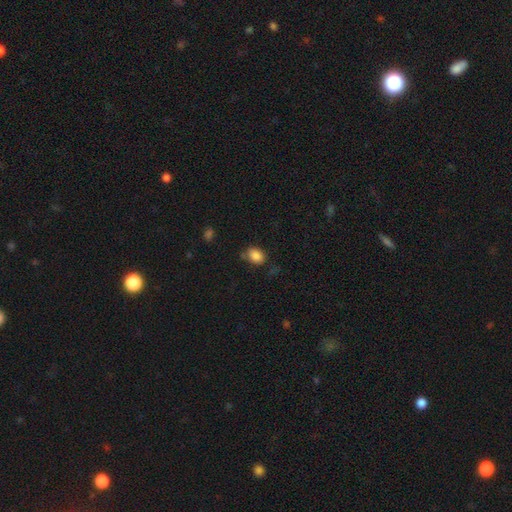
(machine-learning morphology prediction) Q: Smooth or featured?
A: smooth (85%); runner-up: star or artifact (10%)
Q: How rounded?
A: in between (68%); runner-up: round (31%)
Q: Merging?
A: none (71%); runner-up: minor disturbance (19%)